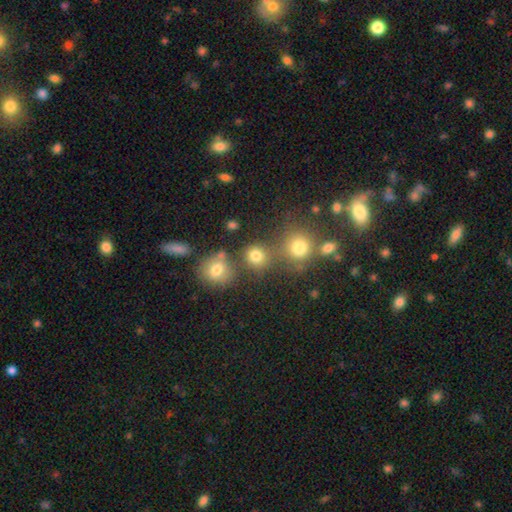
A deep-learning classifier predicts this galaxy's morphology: Smooth or featured?
  - smooth: 79% *
  - star or artifact: 15%
  - featured or disk: 6%
How rounded?
  - round: 87% *
  - in between: 11%
  - cigar-shaped: 1%
Merging?
  - none: 64% *
  - merger: 24%
  - minor disturbance: 8%
  - major disturbance: 4%